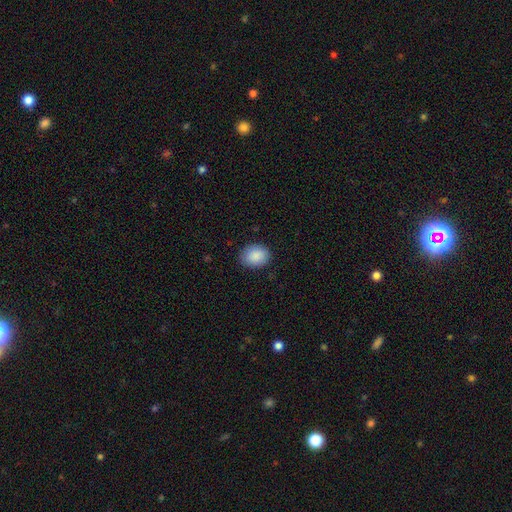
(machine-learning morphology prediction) smooth-or-featured: smooth: 89% | star or artifact: 7% | featured or disk: 4%
  how-rounded: in between: 58% | round: 42% | cigar-shaped: 1%
  merging: none: 86% | minor disturbance: 11% | major disturbance: 2% | merger: 1%